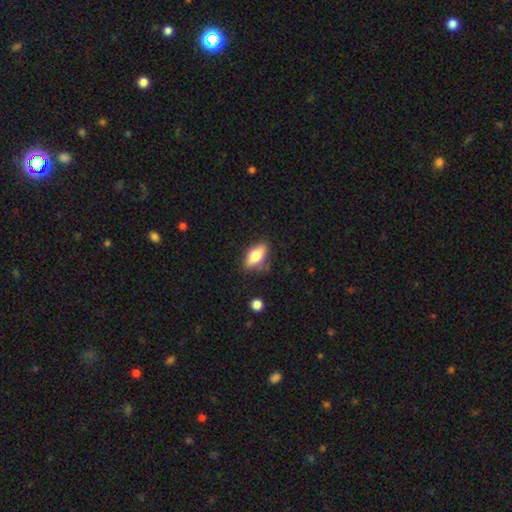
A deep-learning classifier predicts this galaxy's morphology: Smooth or featured?
  - smooth: 68% *
  - featured or disk: 25%
  - star or artifact: 8%
How rounded?
  - in between: 81% *
  - cigar-shaped: 13%
  - round: 6%
Merging?
  - none: 71% *
  - minor disturbance: 20%
  - major disturbance: 6%
  - merger: 4%